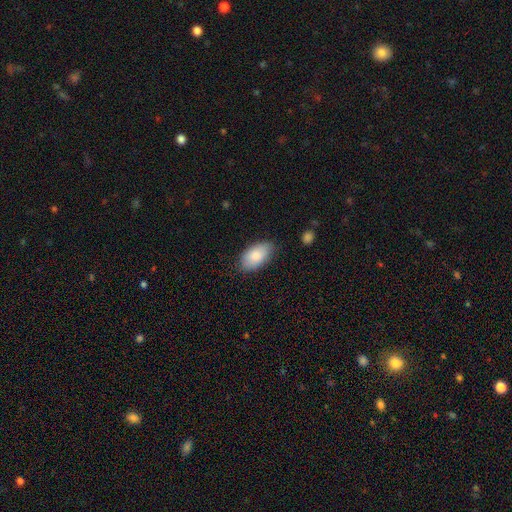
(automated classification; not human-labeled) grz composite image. It shows a smooth galaxy with no disk features (80%) that is in between round and cigar-shaped (94%). Merging: none (79%).